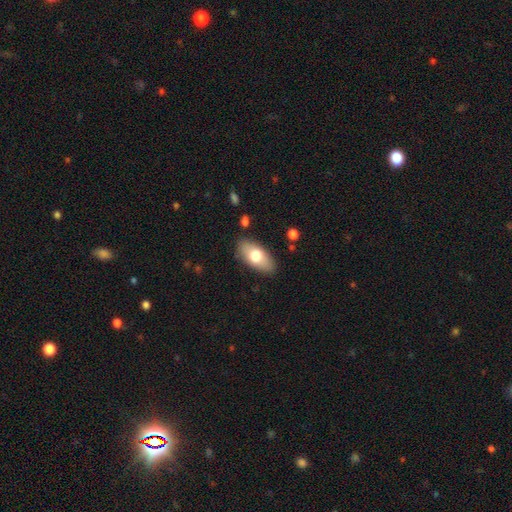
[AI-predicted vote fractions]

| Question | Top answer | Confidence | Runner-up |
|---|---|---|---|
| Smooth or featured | smooth | 71% | featured or disk (23%) |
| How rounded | in between | 91% | cigar-shaped (6%) |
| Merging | none | 86% | minor disturbance (10%) |